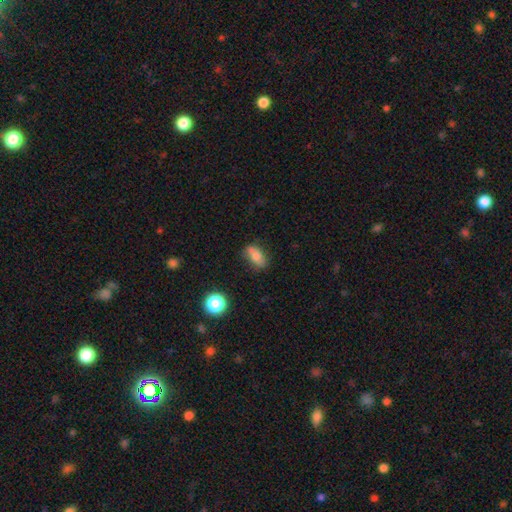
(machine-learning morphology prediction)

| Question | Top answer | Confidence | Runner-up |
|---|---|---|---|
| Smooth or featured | smooth | 70% | featured or disk (20%) |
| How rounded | in between | 84% | round (10%) |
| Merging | none | 66% | minor disturbance (23%) |